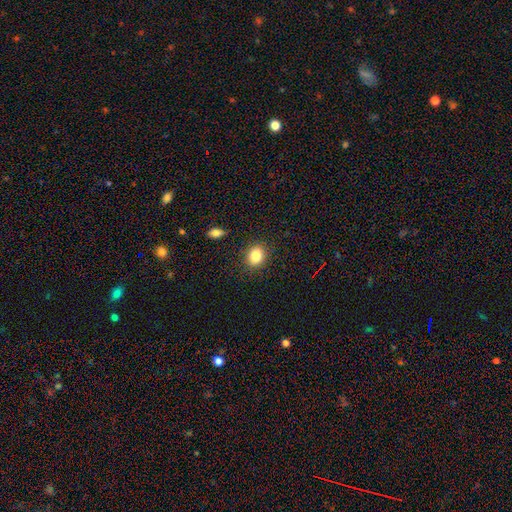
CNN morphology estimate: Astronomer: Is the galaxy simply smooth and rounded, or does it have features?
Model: smooth — 84%.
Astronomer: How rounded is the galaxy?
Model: round — 55% (runner-up: in between, 44%).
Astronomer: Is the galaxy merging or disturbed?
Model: none — 87%.